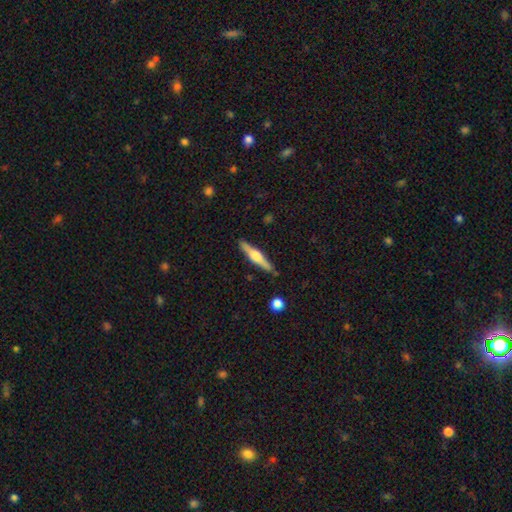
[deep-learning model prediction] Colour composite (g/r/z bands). It shows a featured or disk galaxy (63%) viewed edge-on (97%) with a rounded central bulge (86%). Merging: none (87%).